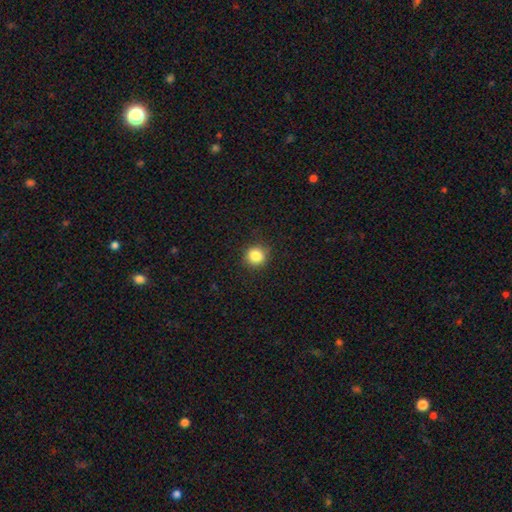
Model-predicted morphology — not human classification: This is clearly a smooth galaxy (86%). How rounded: clearly round (90%). Merging: clearly none (88%).